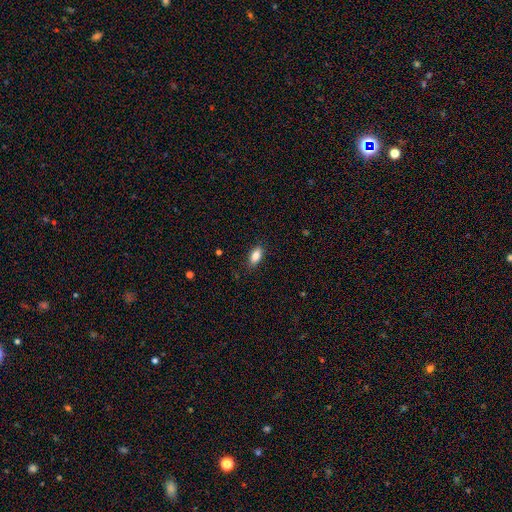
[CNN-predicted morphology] smooth_or_featured: smooth (p=0.86) [alt: star or artifact p=0.08]
how_rounded: in between (p=0.89) [alt: cigar-shaped p=0.08]
merging: none (p=0.86) [alt: minor disturbance p=0.11]